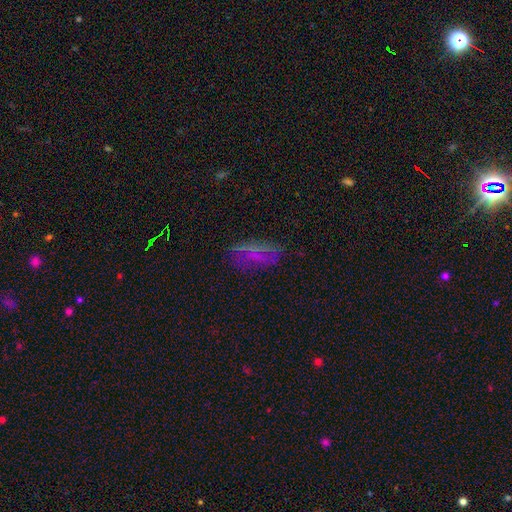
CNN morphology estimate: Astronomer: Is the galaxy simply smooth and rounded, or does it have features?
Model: smooth — 42% (runner-up: featured or disk, 37%).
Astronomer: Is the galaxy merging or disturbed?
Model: none — 62%.